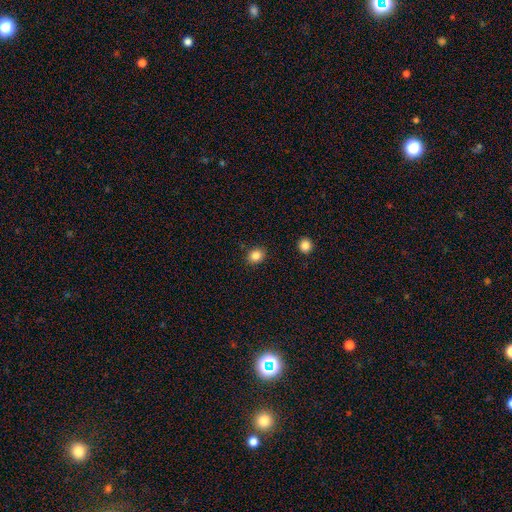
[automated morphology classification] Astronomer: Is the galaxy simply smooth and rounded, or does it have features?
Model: smooth — 85%.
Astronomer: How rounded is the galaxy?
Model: round — 68%.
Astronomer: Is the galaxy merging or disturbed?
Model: none — 88%.